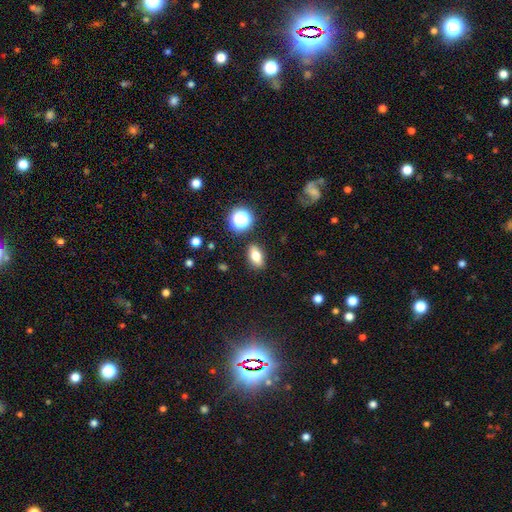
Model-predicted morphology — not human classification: Smooth or featured?
  - smooth: 72% *
  - featured or disk: 16%
  - star or artifact: 12%
How rounded?
  - in between: 78% *
  - round: 14%
  - cigar-shaped: 9%
Merging?
  - none: 87% *
  - minor disturbance: 9%
  - merger: 2%
  - major disturbance: 2%